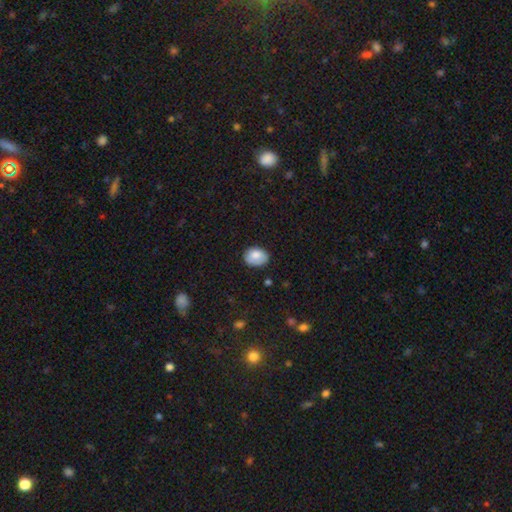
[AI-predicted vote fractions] A smooth galaxy with no disk features (80%) that is in between round and cigar-shaped (66%).

Vote fractions:
- Smooth or featured? smooth: 80% / featured or disk: 12% / star or artifact: 8%
- How rounded? in between: 66% / round: 34% / cigar-shaped: 1%
- Merging? none: 71% / minor disturbance: 23% / major disturbance: 5% / merger: 2%